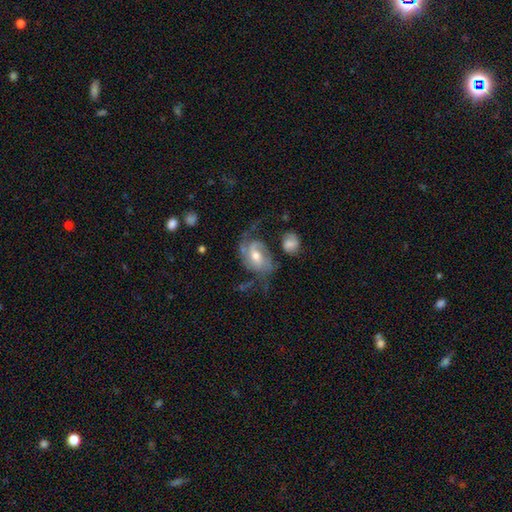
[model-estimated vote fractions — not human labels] Smooth or featured: featured or disk — 81% (smooth — 13%)
Edge-on disk: no — 97% (yes — 3%)
Bar: weak — 45% (no — 37%)
Spiral arms: yes — 92% (no — 8%)
Spiral winding: medium — 45% (loose — 31%)
Spiral arm count: 2 — 64% (1 — 13%)
Bulge size: moderate — 65% (small — 28%)
Merging: none — 44% (major disturbance — 27%)